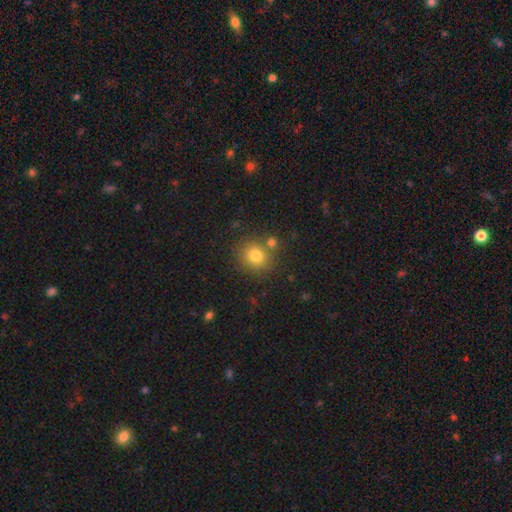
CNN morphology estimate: The model was most divided on "merging": none: 75%, merger: 12%, minor disturbance: 10%, major disturbance: 3%. More confident: how rounded — round (83%); smooth or featured — smooth (79%).